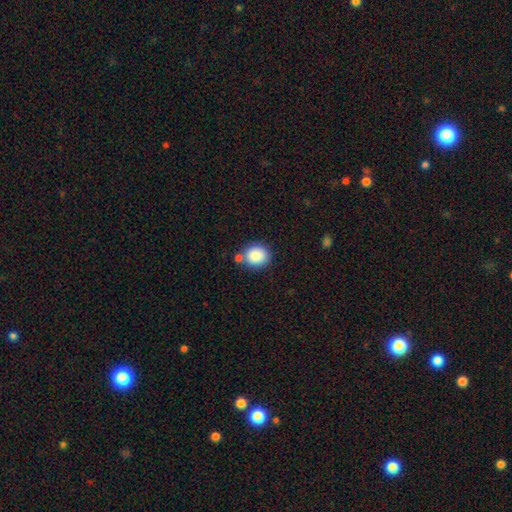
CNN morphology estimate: Q: Smooth or featured?
A: smooth (87%); runner-up: star or artifact (8%)
Q: How rounded?
A: round (73%); runner-up: in between (26%)
Q: Merging?
A: none (73%); runner-up: minor disturbance (12%)